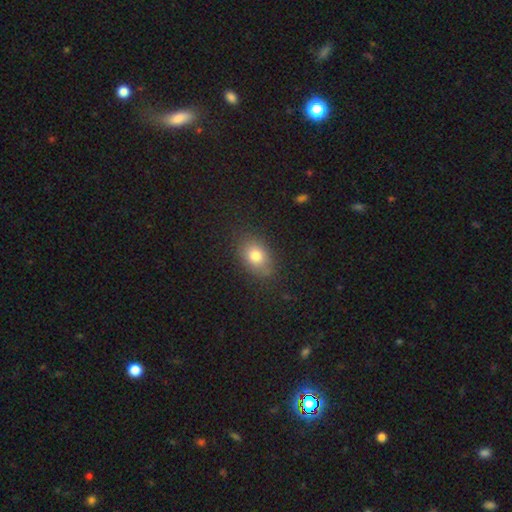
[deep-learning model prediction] Smooth or featured? smooth (78%)
How rounded? in between (77%)
Merging? none (81%)